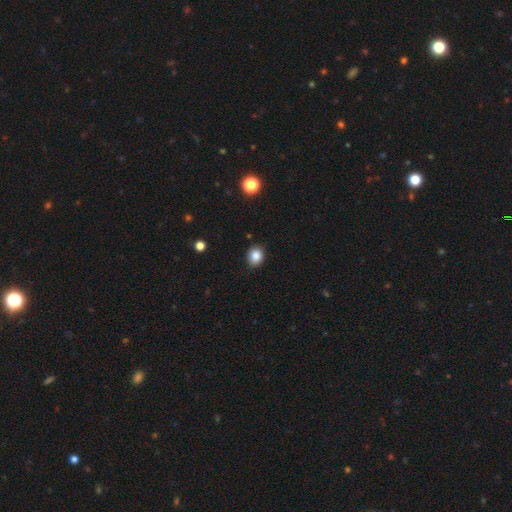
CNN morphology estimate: Overall: smooth (86%). How rounded: round (58%; in between 42%). Merging: none (86%).